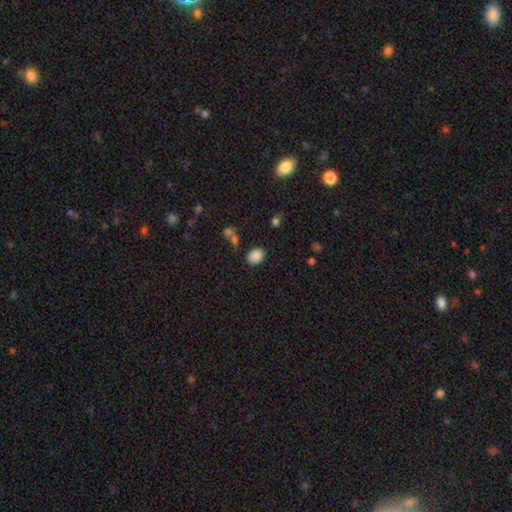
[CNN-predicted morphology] This appears to be a smooth galaxy with no disk features (87%) that is in between round and cigar-shaped (67%). Merging: none (79%).